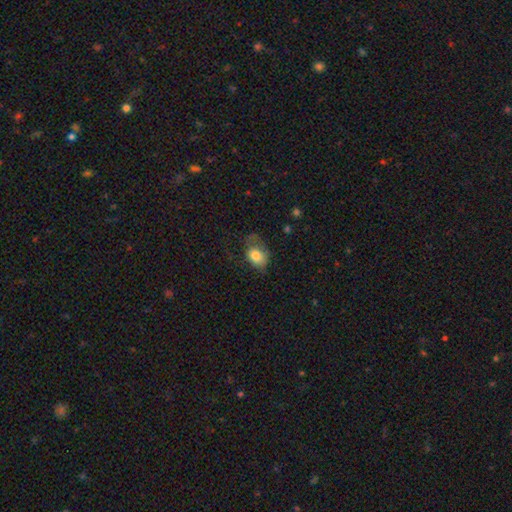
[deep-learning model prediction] Smooth or featured? Predicted: smooth (p=0.79). How rounded? Predicted: in between (p=0.72). Merging? Predicted: none (p=0.36).